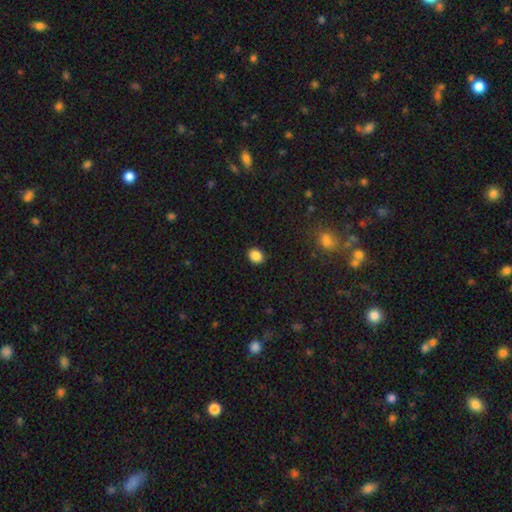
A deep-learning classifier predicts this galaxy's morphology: Overall: smooth (87%). How rounded: round (52%; in between 47%). Merging: none (89%).